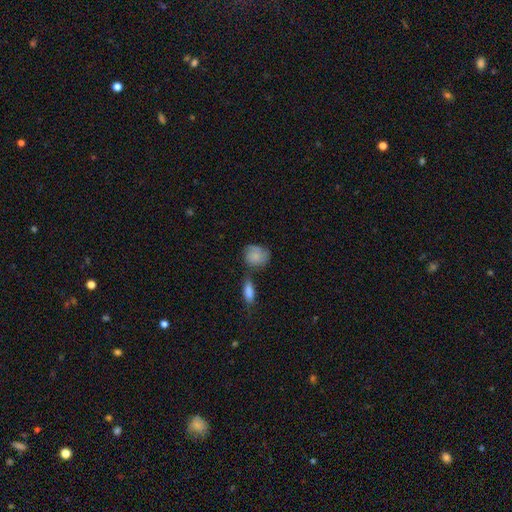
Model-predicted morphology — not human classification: Q: Smooth or featured?
A: smooth (77%); runner-up: featured or disk (16%)
Q: How rounded?
A: round (54%); runner-up: in between (44%)
Q: Merging?
A: none (49%); runner-up: minor disturbance (25%)